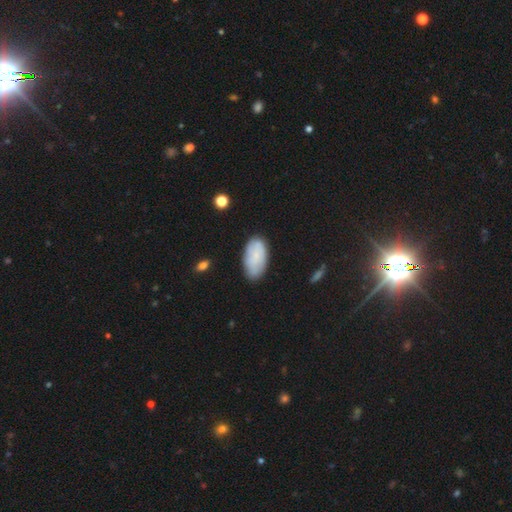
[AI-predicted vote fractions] Overall: smooth (71%). How rounded: in between (95%). Merging: none (75%).